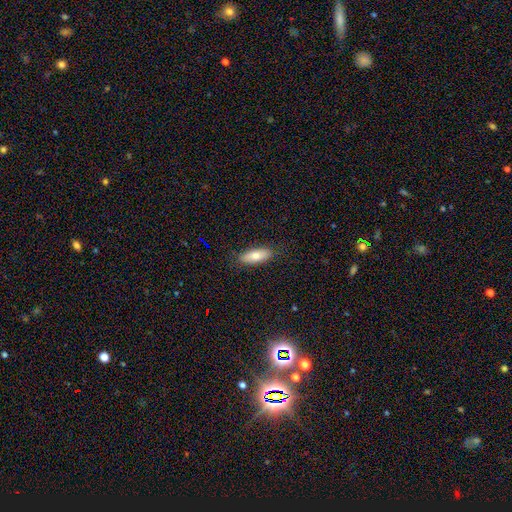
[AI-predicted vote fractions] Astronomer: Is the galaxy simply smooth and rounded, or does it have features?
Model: smooth — 75%.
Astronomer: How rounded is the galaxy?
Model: in between — 68%.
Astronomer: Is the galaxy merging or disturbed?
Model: none — 87%.